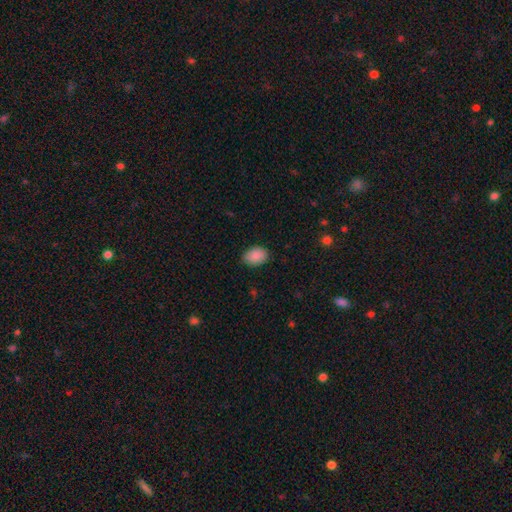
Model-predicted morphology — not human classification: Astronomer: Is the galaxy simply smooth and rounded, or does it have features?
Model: smooth — 90%.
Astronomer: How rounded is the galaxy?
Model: in between — 80%.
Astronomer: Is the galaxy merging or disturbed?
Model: none — 85%.